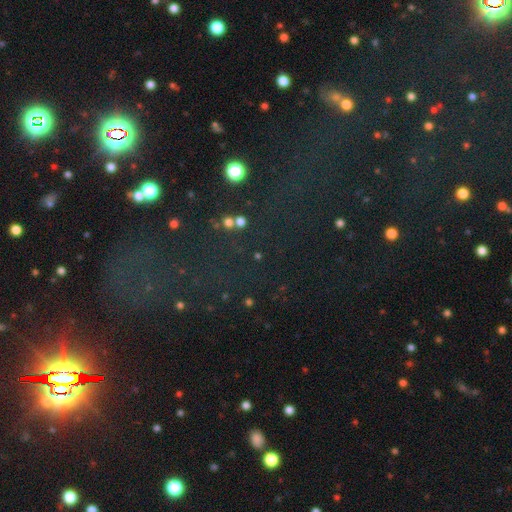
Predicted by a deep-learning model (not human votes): Smooth or featured?
  - star or artifact: 74% *
  - smooth: 16%
  - featured or disk: 9%